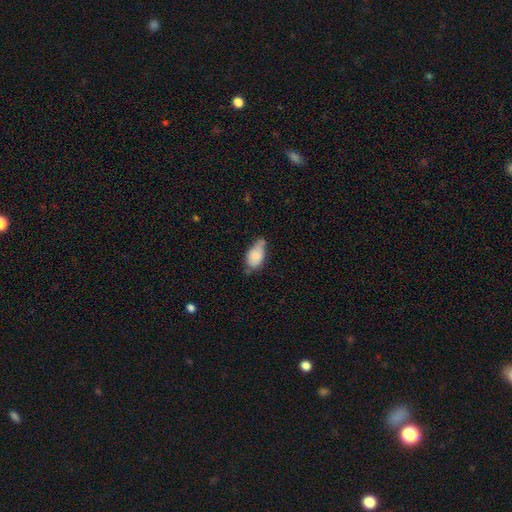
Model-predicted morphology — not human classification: Smooth or featured: smooth — 78% (featured or disk — 14%)
How rounded: in between — 91% (round — 5%)
Merging: minor disturbance — 44% (none — 39%)